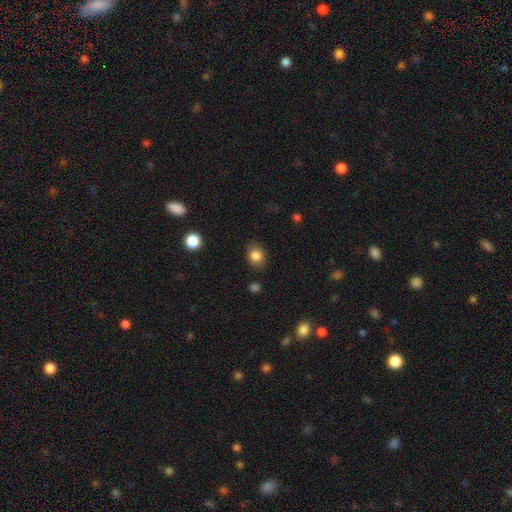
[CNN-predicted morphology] The model was most divided on "how rounded": round: 57%, in between: 42%, cigar-shaped: 1%. More confident: smooth or featured — smooth (84%); merging — none (81%).